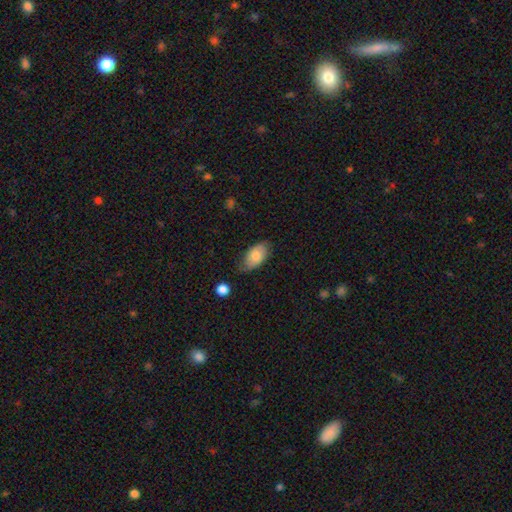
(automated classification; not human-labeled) Smooth or featured? Predicted: smooth (p=0.77). How rounded? Predicted: in between (p=0.93). Merging? Predicted: none (p=0.68).